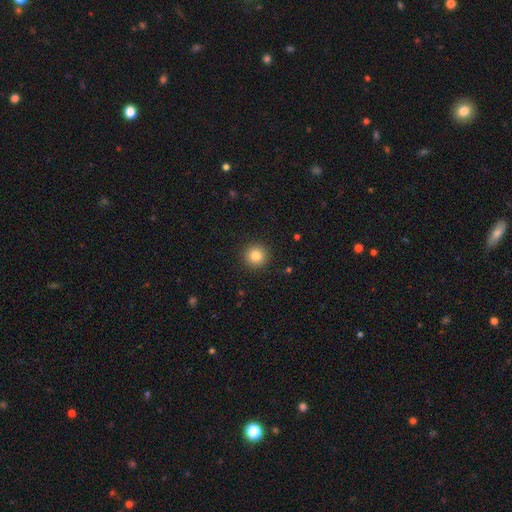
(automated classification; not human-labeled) Q: Smooth or featured?
A: smooth (83%); runner-up: star or artifact (10%)
Q: How rounded?
A: round (95%); runner-up: in between (4%)
Q: Merging?
A: none (92%); runner-up: minor disturbance (5%)